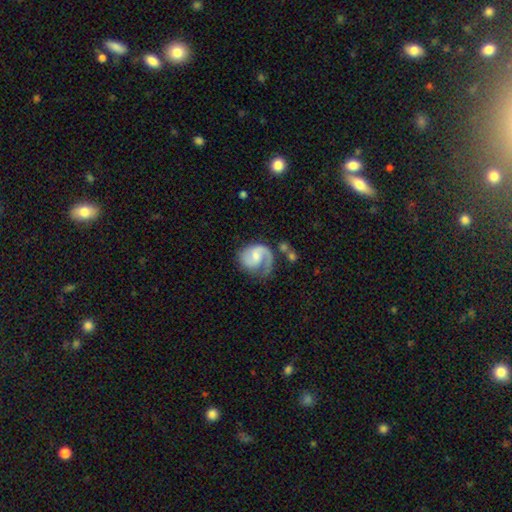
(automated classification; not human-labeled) This is clearly a featured or disk galaxy (81%). It is clearly not viewed edge-on (98%). Bar: possibly weak (46%). Spiral arm pattern: clearly yes (95%). Spiral arm count: possibly 2 (51%). Spiral winding: possibly medium (47%). Central bulge: possibly small (46%). Merging: possibly none (51%).